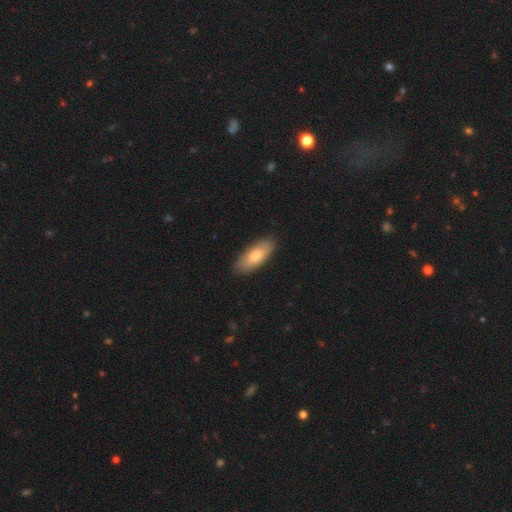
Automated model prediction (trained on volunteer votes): A smooth galaxy with no disk features (70%) that is in between round and cigar-shaped (82%).

Vote fractions:
- Smooth or featured? smooth: 70% / featured or disk: 24% / star or artifact: 5%
- How rounded? in between: 82% / cigar-shaped: 16% / round: 2%
- Merging? none: 86% / minor disturbance: 11% / major disturbance: 2% / merger: 1%